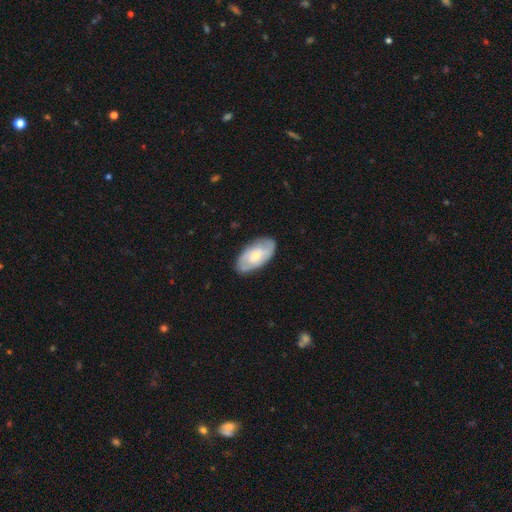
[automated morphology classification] Overall: featured or disk (49%; smooth 46%). Merging: none (78%).